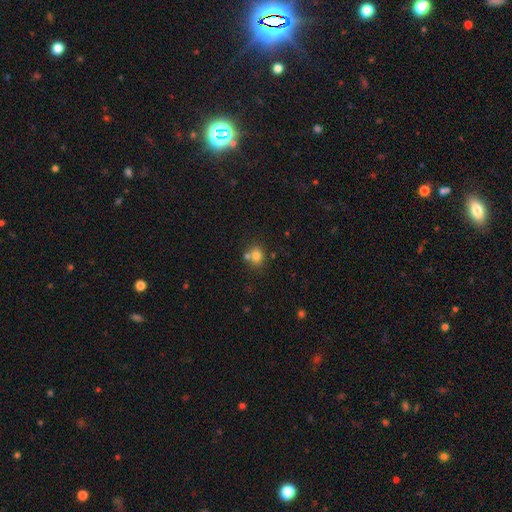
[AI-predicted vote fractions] Smooth or featured: smooth — 78% (star or artifact — 13%)
How rounded: round — 69% (in between — 30%)
Merging: none — 57% (merger — 29%)